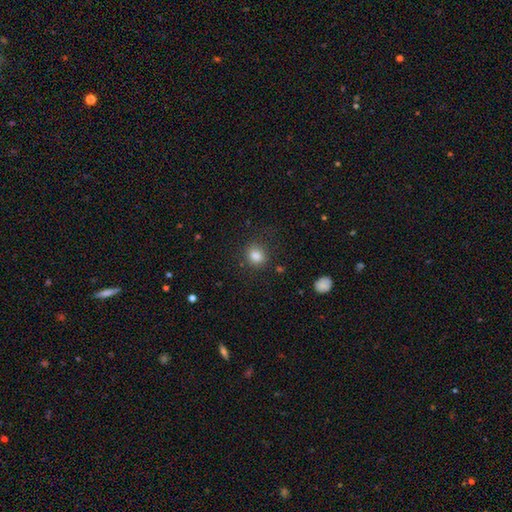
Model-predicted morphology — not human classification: smooth 85%, star or artifact 11%, featured or disk 5%. Down the decision tree: how rounded — round (74%); merging — none (81%).